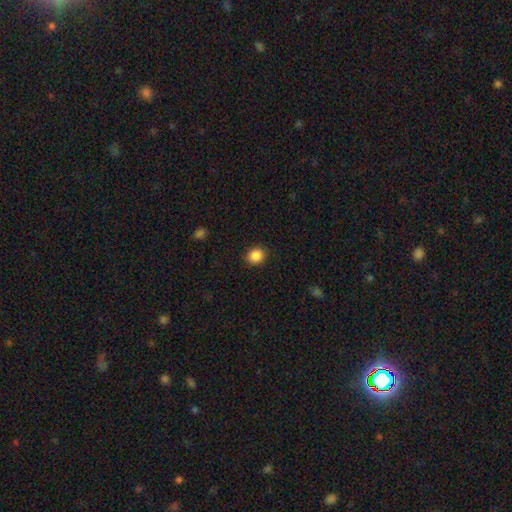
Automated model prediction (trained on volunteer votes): Smooth or featured?
  - smooth: 88% *
  - star or artifact: 9%
  - featured or disk: 3%
How rounded?
  - round: 73% *
  - in between: 26%
  - cigar-shaped: 1%
Merging?
  - none: 89% *
  - minor disturbance: 7%
  - major disturbance: 2%
  - merger: 1%